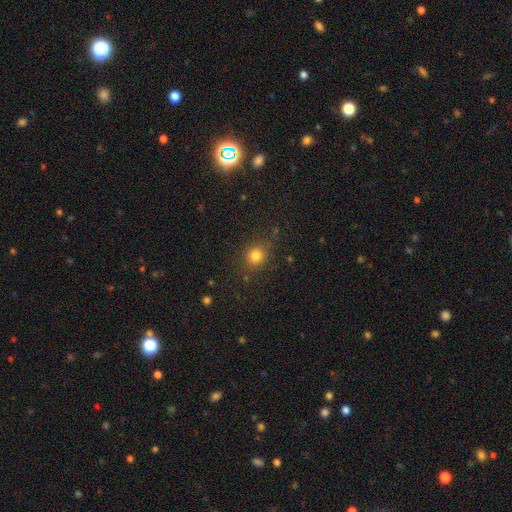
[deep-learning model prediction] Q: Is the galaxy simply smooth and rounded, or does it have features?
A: smooth — 80%.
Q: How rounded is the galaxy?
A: round — 80%.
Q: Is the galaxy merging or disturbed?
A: none — 82%.